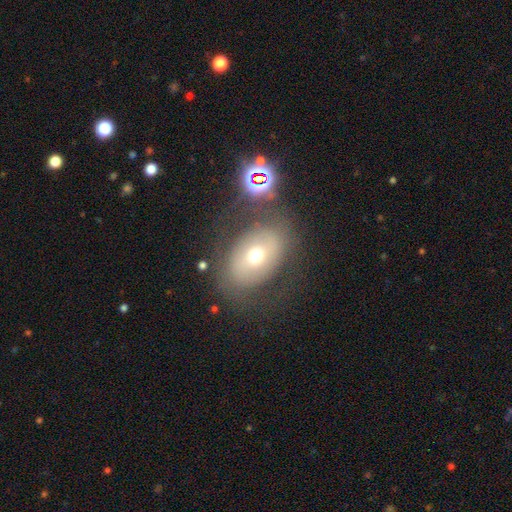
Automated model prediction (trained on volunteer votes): Smooth or featured?
  - smooth: 55% *
  - featured or disk: 32%
  - star or artifact: 13%
How rounded?
  - in between: 74% *
  - round: 25%
  - cigar-shaped: 1%
Merging?
  - none: 68% *
  - minor disturbance: 15%
  - major disturbance: 11%
  - merger: 6%